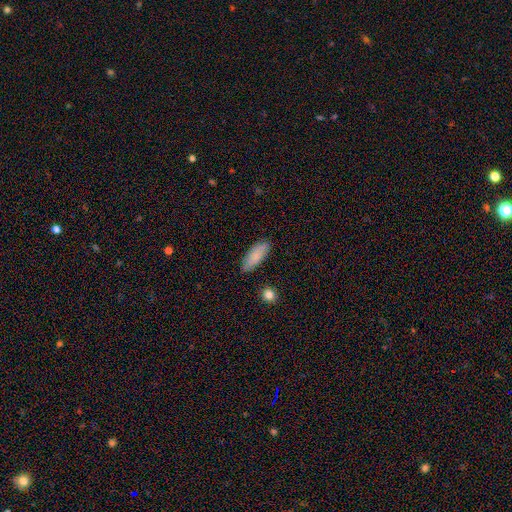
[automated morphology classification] Smooth or featured?
  - smooth: 84% *
  - featured or disk: 10%
  - star or artifact: 6%
How rounded?
  - in between: 70% *
  - cigar-shaped: 28%
  - round: 2%
Merging?
  - none: 84% *
  - minor disturbance: 12%
  - major disturbance: 2%
  - merger: 2%